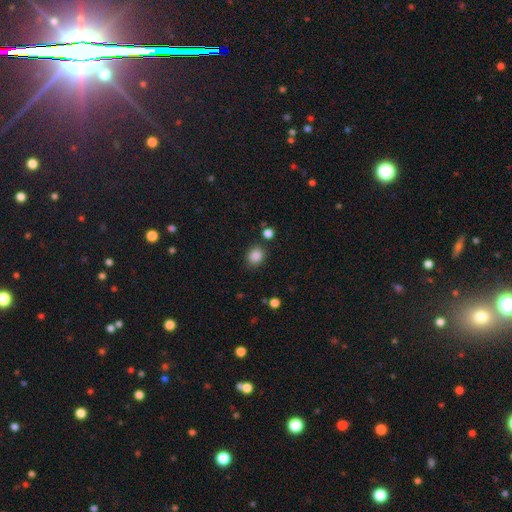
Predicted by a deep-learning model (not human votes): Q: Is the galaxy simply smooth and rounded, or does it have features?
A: smooth — 86%.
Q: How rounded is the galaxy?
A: round — 69%.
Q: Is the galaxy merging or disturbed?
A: none — 82%.